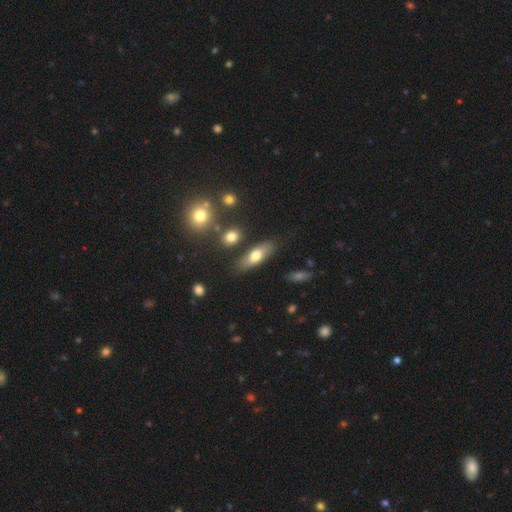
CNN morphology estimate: Q: Smooth or featured?
A: smooth (68%); runner-up: featured or disk (25%)
Q: How rounded?
A: in between (70%); runner-up: cigar-shaped (27%)
Q: Merging?
A: none (78%); runner-up: minor disturbance (13%)